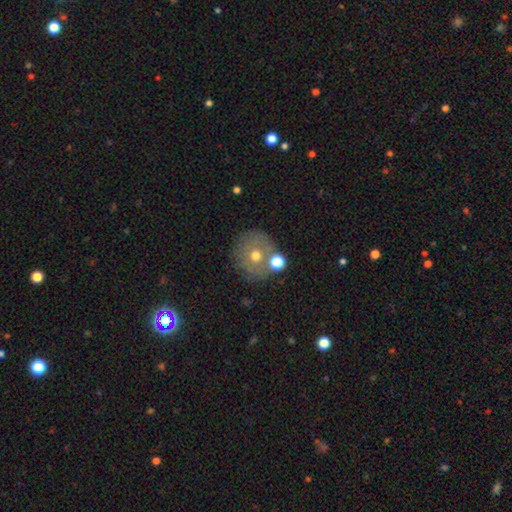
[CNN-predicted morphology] This is possibly a smooth galaxy (52%). How rounded: clearly round (88%). Merging: likely none (70%).